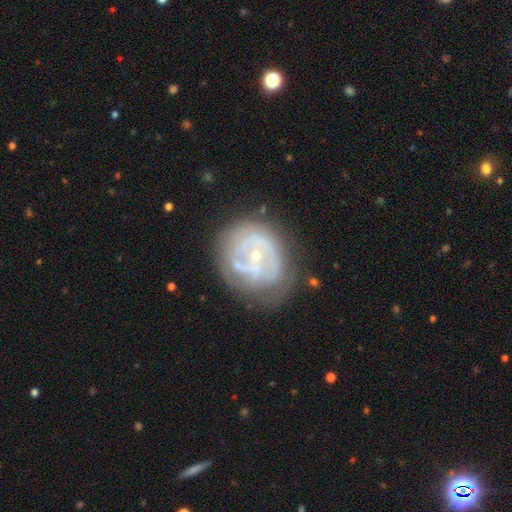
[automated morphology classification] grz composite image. It shows a featured or disk galaxy (77%) with no bar (67%), tight (58%) spiral arms (72%) and a small central bulge (75%). Merging: none (57%).